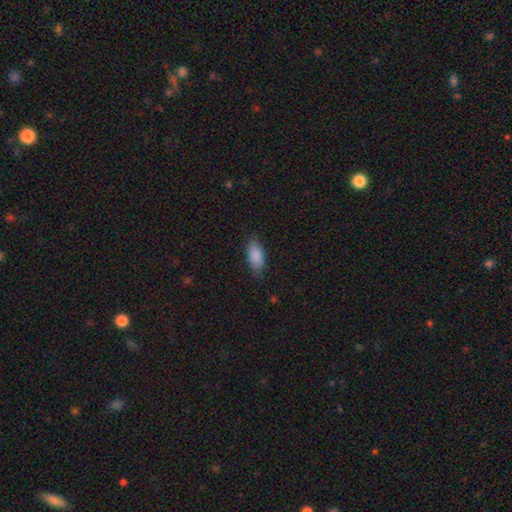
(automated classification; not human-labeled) Smooth or featured? smooth (89%)
How rounded? in between (88%)
Merging? none (83%)